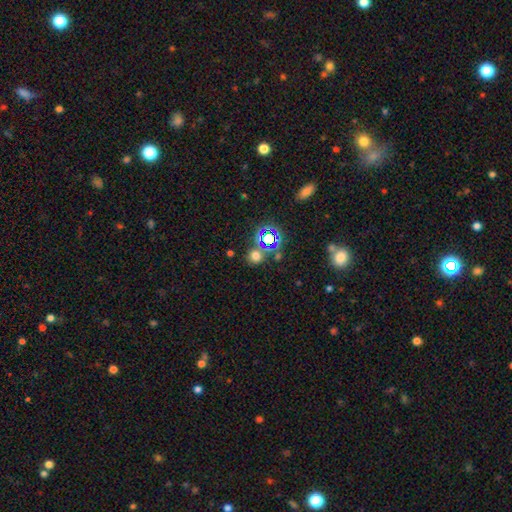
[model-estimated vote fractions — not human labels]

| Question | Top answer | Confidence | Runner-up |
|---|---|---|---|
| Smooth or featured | smooth | 60% | star or artifact (32%) |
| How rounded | round | 82% | in between (16%) |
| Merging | none | 73% | merger (13%) |